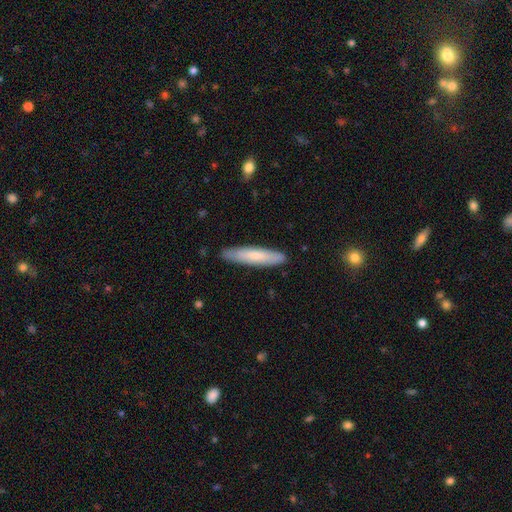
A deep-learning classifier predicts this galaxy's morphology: Smooth or featured? Predicted: smooth (p=0.67). How rounded? Predicted: cigar-shaped (p=0.87). Merging? Predicted: none (p=0.88).